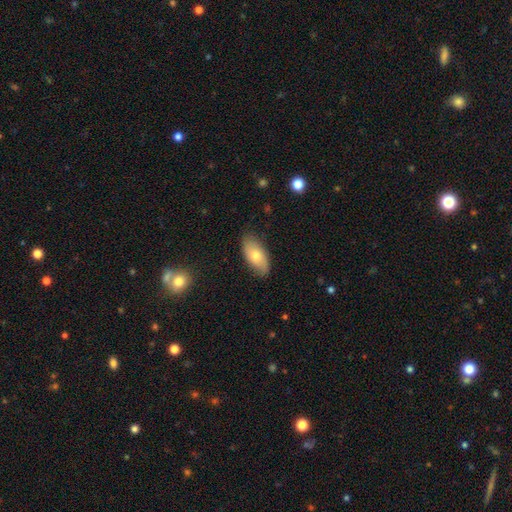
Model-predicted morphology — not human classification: Smooth or featured? Predicted: smooth (p=0.69). How rounded? Predicted: in between (p=0.92). Merging? Predicted: none (p=0.80).